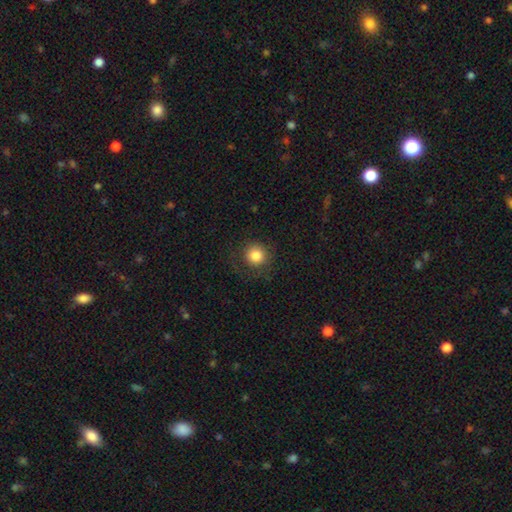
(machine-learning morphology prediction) Q: Smooth or featured?
A: smooth (83%); runner-up: star or artifact (10%)
Q: How rounded?
A: round (94%); runner-up: in between (5%)
Q: Merging?
A: none (83%); runner-up: minor disturbance (10%)